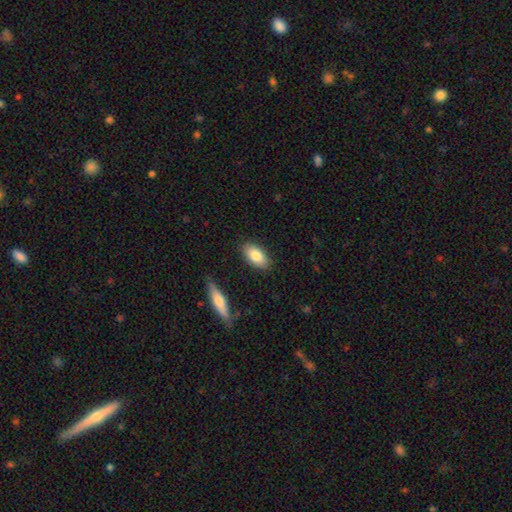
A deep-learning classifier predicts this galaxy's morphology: A smooth galaxy with no disk features (81%) that is in between round and cigar-shaped (91%). Merging: none (86%).